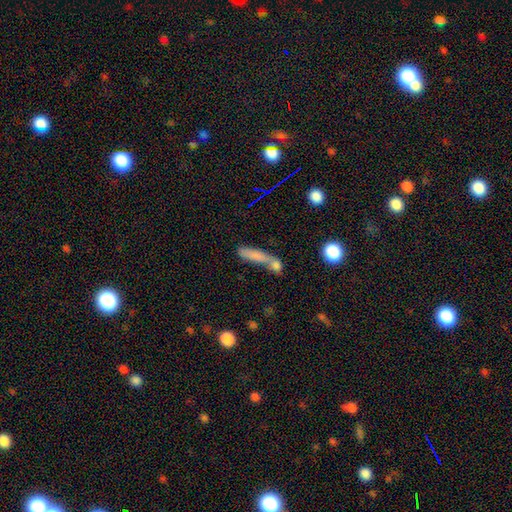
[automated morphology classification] A smooth galaxy with no disk features (71%) that is cigar-shaped (72%).

Vote fractions:
- Smooth or featured? smooth: 71% / featured or disk: 18% / star or artifact: 11%
- How rounded? cigar-shaped: 72% / in between: 24% / round: 4%
- Merging? merger: 48% / none: 34% / minor disturbance: 11% / major disturbance: 7%